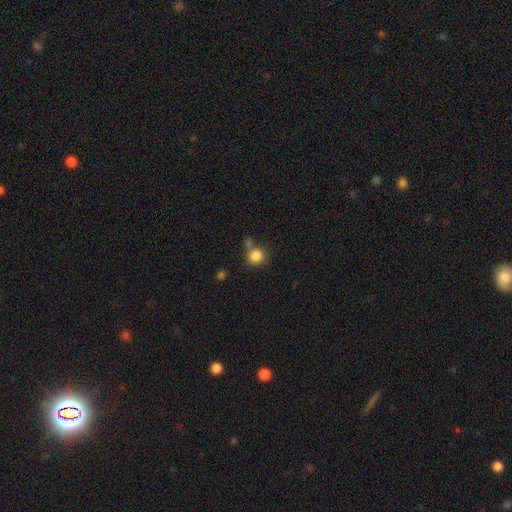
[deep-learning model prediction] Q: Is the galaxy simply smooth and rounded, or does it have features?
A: smooth — 84%.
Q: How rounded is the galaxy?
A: round — 86%.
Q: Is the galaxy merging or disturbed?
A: none — 60%.